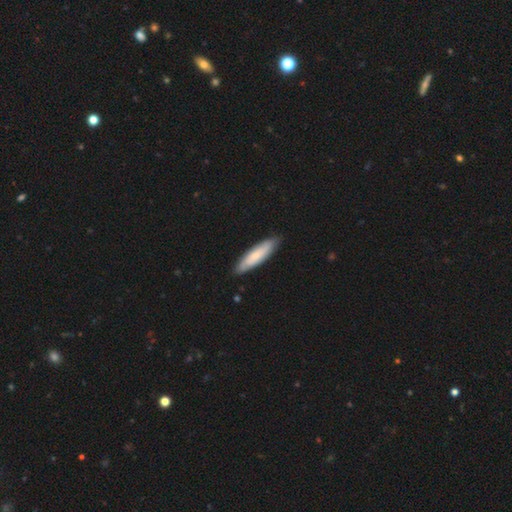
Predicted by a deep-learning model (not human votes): Smooth or featured: smooth — 70% (featured or disk — 26%)
How rounded: cigar-shaped — 70% (in between — 29%)
Merging: none — 87% (minor disturbance — 10%)